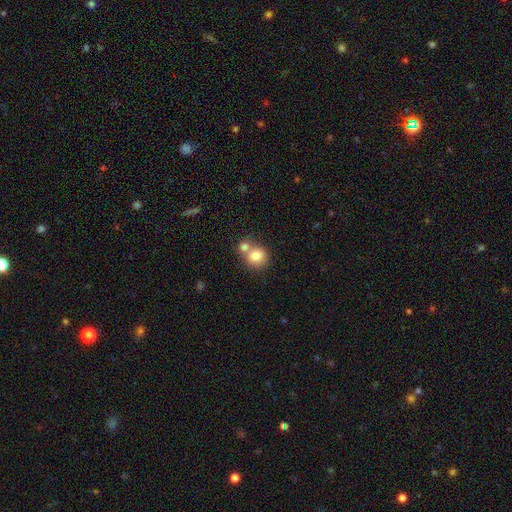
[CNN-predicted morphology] Smooth or featured: smooth — 80% (featured or disk — 10%)
How rounded: round — 81% (in between — 18%)
Merging: merger — 46% (none — 42%)